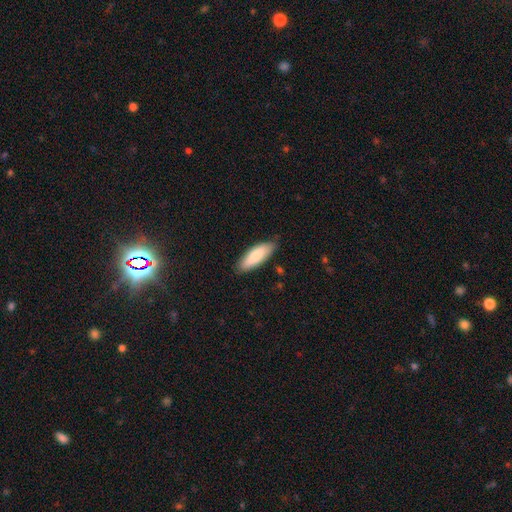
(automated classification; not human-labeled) Smooth or featured? smooth (80%)
How rounded? in between (64%)
Merging? none (83%)